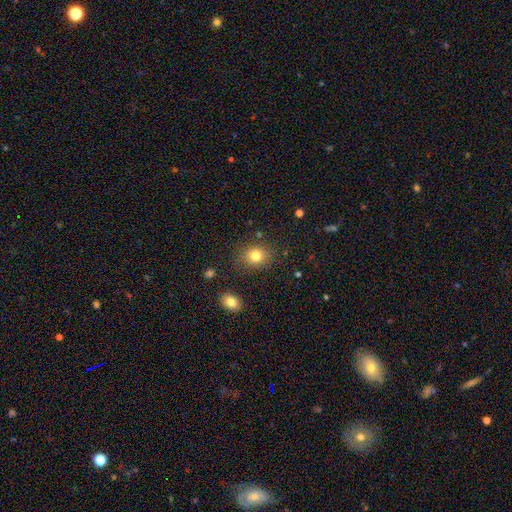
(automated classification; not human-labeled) smooth 81%, star or artifact 11%, featured or disk 8%. Down the decision tree: how rounded — round (58%); merging — none (82%).